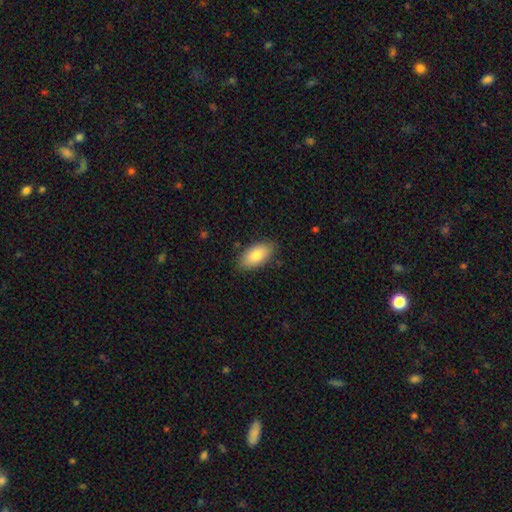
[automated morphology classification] A smooth galaxy with no disk features (80%) that is in between round and cigar-shaped (92%). Merging: none (83%).